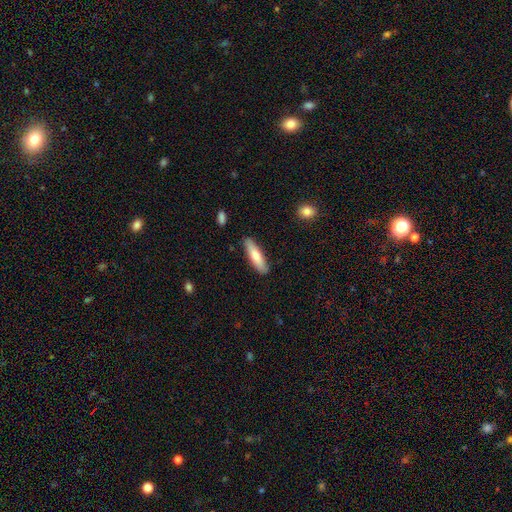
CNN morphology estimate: Smooth or featured? smooth (76%)
How rounded? cigar-shaped (70%)
Merging? none (87%)